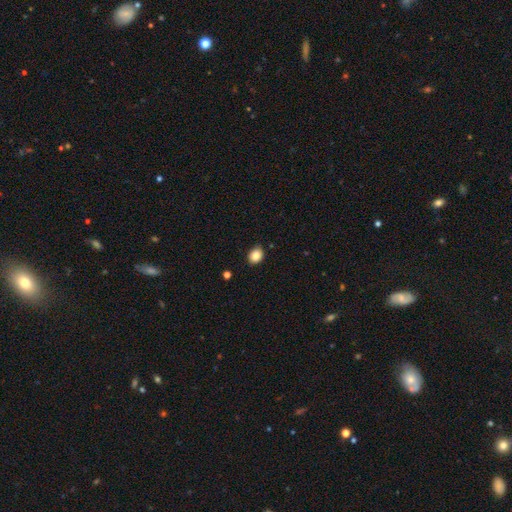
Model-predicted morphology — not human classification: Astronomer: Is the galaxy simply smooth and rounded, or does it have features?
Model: smooth — 86%.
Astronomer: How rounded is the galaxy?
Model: in between — 58% (runner-up: round, 41%).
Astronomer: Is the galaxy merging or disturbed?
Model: none — 86%.